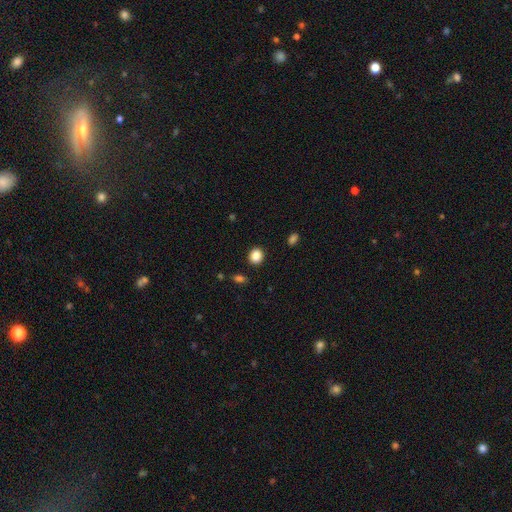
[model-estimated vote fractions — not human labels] Smooth or featured?
  - smooth: 86% *
  - star or artifact: 10%
  - featured or disk: 4%
How rounded?
  - round: 79% *
  - in between: 20%
  - cigar-shaped: 1%
Merging?
  - none: 90% *
  - minor disturbance: 6%
  - major disturbance: 2%
  - merger: 2%